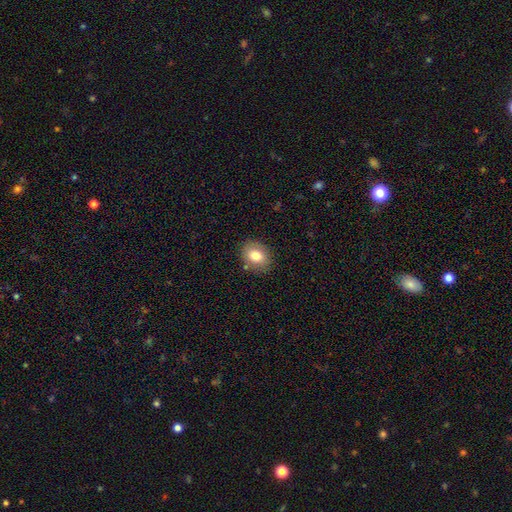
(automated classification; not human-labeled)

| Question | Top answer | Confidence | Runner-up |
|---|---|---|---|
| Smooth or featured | smooth | 79% | featured or disk (12%) |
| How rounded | in between | 54% | round (45%) |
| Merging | none | 84% | minor disturbance (11%) |